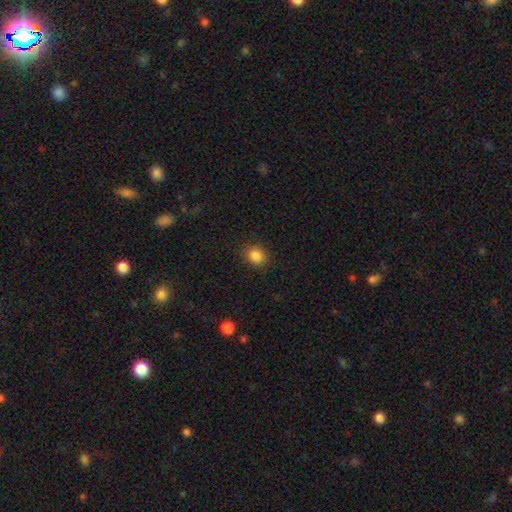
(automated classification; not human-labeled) smooth 86%, star or artifact 11%, featured or disk 4%. Down the decision tree: how rounded — round (64%); merging — none (88%).